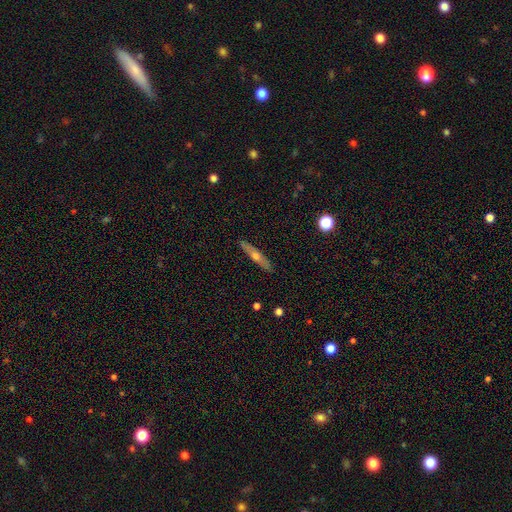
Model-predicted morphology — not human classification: smooth-or-featured: featured or disk: 53% | smooth: 40% | star or artifact: 7%
  disk-edge-on: yes: 90% | no: 10%
  merging: none: 90% | minor disturbance: 8% | major disturbance: 2% | merger: 1%